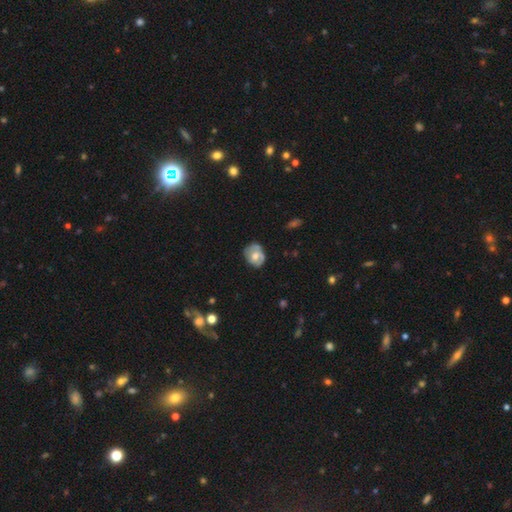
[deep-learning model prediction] Morphology: type=smooth (52%); roundness=round (50%); merging=none (60%).